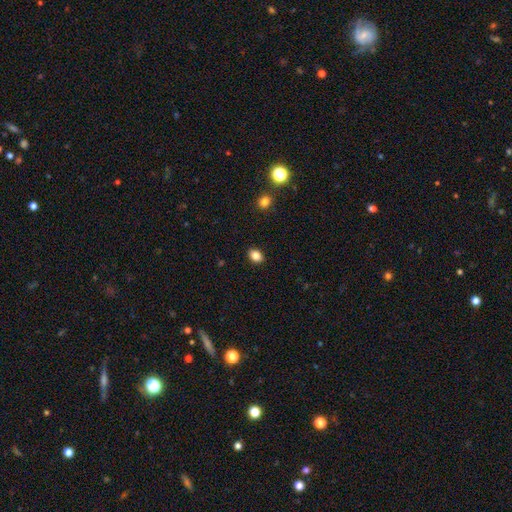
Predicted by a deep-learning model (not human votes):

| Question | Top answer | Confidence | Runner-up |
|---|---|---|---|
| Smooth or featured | smooth | 84% | star or artifact (10%) |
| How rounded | in between | 75% | round (24%) |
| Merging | none | 90% | minor disturbance (7%) |